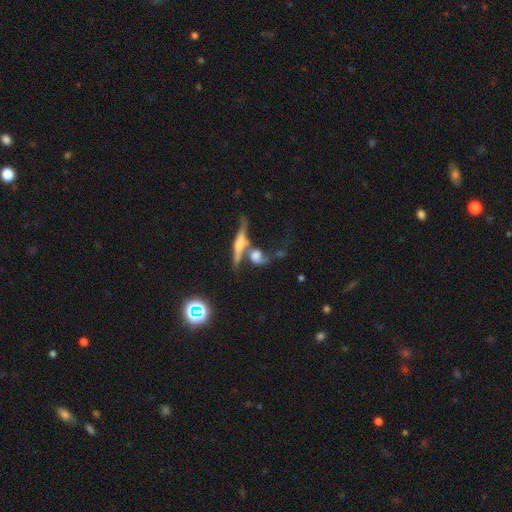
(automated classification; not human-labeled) smooth_or_featured: featured or disk (p=0.60) [alt: smooth p=0.29]
disk_edge_on: yes (p=0.51) [alt: no p=0.49]
merging: merger (p=0.42) [alt: none p=0.35]